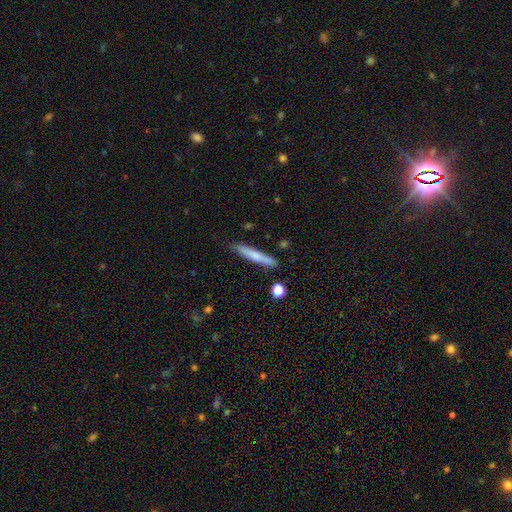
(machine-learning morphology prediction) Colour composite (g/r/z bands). It shows a smooth galaxy with no disk features (62%) that is cigar-shaped (94%). Merging: none (84%).